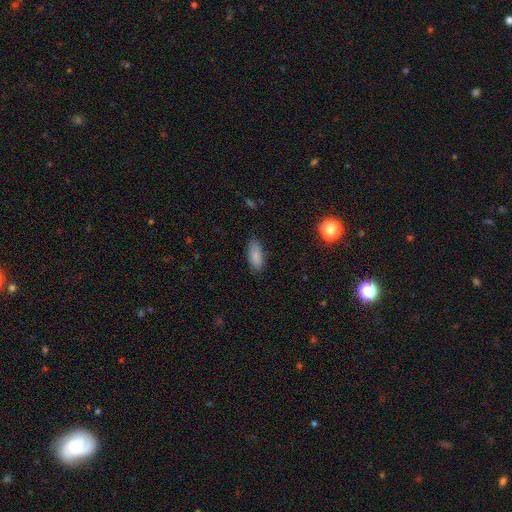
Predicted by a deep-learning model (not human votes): A smooth galaxy with no disk features (86%) that is in between round and cigar-shaped (84%).

Vote fractions:
- Smooth or featured? smooth: 86% / star or artifact: 7% / featured or disk: 6%
- How rounded? in between: 84% / cigar-shaped: 13% / round: 2%
- Merging? none: 84% / minor disturbance: 13% / major disturbance: 3% / merger: 1%